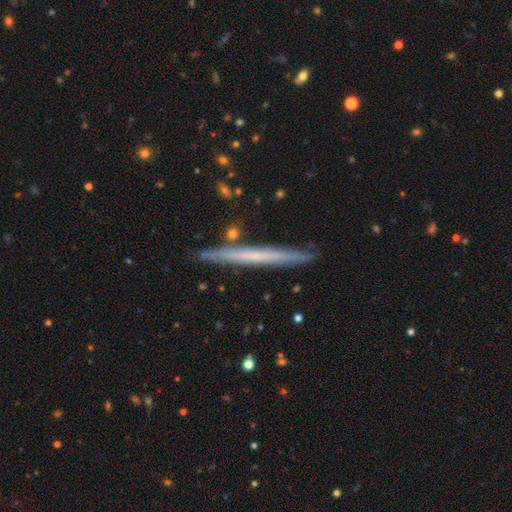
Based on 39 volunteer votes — smooth-or-featured: smooth: 54% | featured or disk: 38% | star or artifact: 8%
  how-rounded: cigar-shaped: 95% | round: 5% | in between: 0%
  merging: none: 92% | major disturbance: 6% | minor disturbance: 3% | merger: 0%